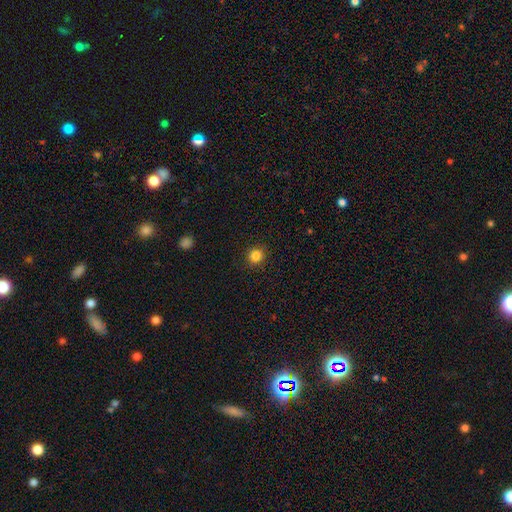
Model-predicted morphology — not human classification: Smooth or featured: smooth — 83% (star or artifact — 12%)
How rounded: round — 91% (in between — 8%)
Merging: none — 91% (minor disturbance — 6%)